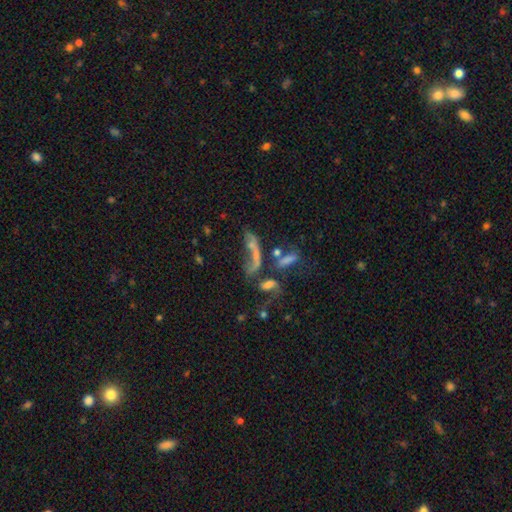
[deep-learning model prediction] smooth-or-featured: featured or disk: 45% | smooth: 34% | star or artifact: 22%
  merging: merger: 44% | major disturbance: 24% | none: 22% | minor disturbance: 10%